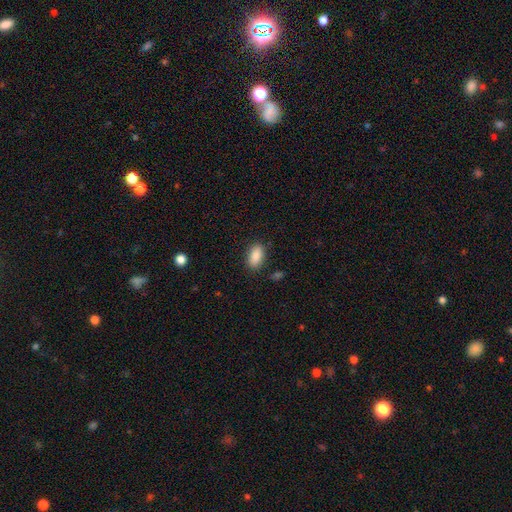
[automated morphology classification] The model was most divided on "merging": none: 84%, minor disturbance: 11%, major disturbance: 3%, merger: 2%. More confident: how rounded — in between (91%); smooth or featured — smooth (88%).